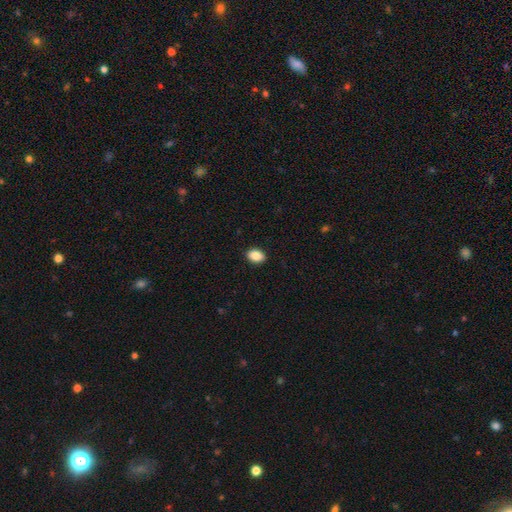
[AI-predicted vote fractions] smooth_or_featured: smooth (p=0.89) [alt: star or artifact p=0.08]
how_rounded: in between (p=0.81) [alt: round p=0.18]
merging: none (p=0.91) [alt: minor disturbance p=0.06]